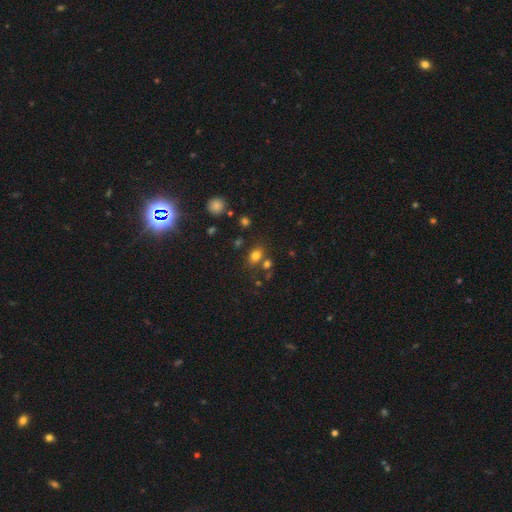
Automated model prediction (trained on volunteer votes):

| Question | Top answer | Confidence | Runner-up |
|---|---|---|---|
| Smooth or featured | smooth | 77% | star or artifact (15%) |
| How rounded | in between | 69% | round (29%) |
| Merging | none | 65% | merger (17%) |